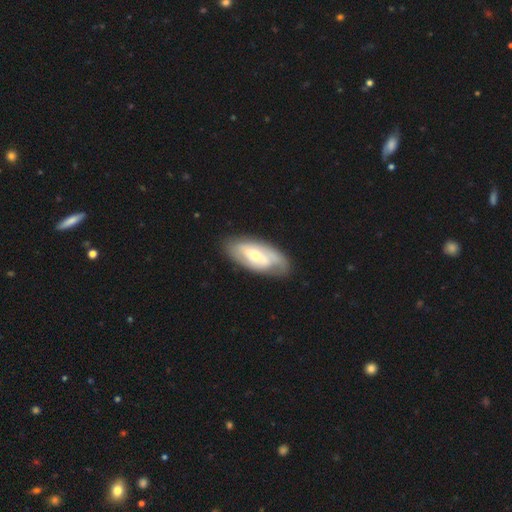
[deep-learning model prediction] Smooth or featured? featured or disk (65%)
Edge-on disk? no (89%)
Bar? no (43%)
Spiral arms? yes (63%)
Bulge size? moderate (48%)
Merging? none (76%)